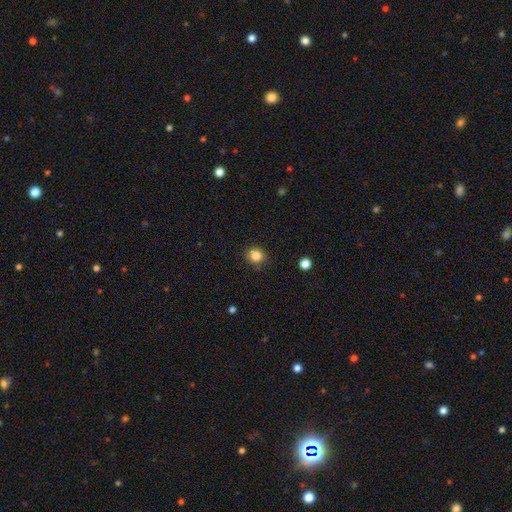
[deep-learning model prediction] Smooth or featured?
  - smooth: 84% *
  - star or artifact: 11%
  - featured or disk: 5%
How rounded?
  - round: 83% *
  - in between: 16%
  - cigar-shaped: 1%
Merging?
  - none: 87% *
  - minor disturbance: 9%
  - major disturbance: 2%
  - merger: 2%